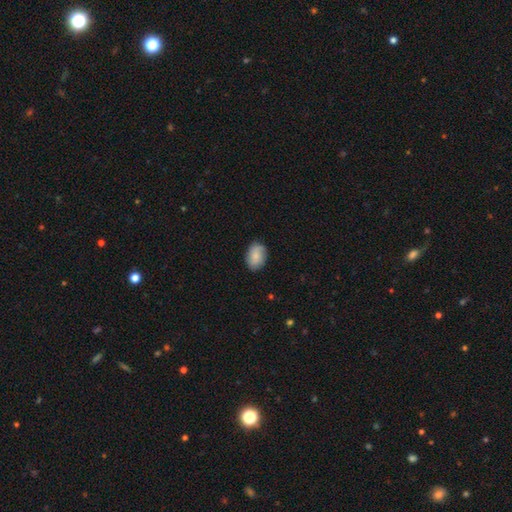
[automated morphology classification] type=smooth (78%); roundness=in between (81%); merging=none (81%).